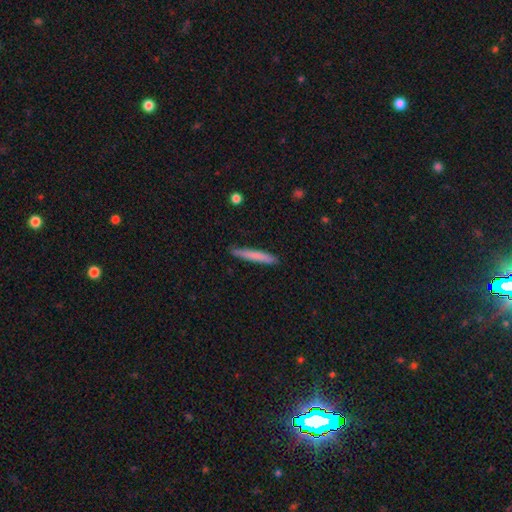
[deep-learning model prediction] smooth-or-featured: smooth: 76% | featured or disk: 18% | star or artifact: 6%
  how-rounded: cigar-shaped: 95% | in between: 4% | round: 1%
  merging: none: 87% | minor disturbance: 10% | major disturbance: 2% | merger: 1%